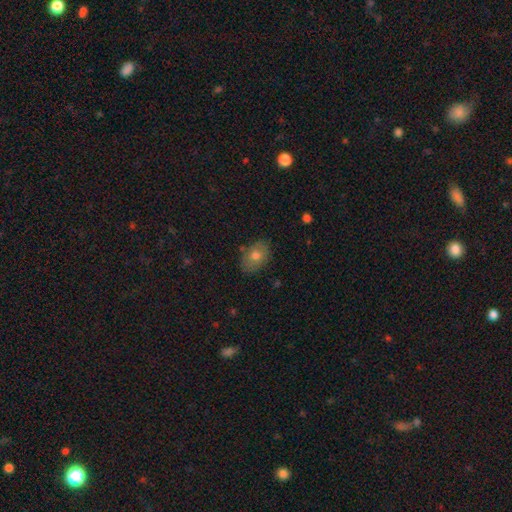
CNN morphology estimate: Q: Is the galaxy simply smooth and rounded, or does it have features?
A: smooth — 72%.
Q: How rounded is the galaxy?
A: in between — 79%.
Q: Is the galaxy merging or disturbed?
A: none — 83%.